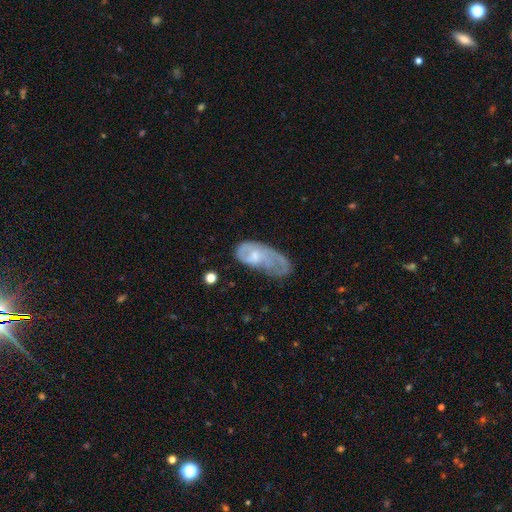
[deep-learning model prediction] Smooth or featured: featured or disk — 58% (smooth — 35%)
Edge-on disk: no — 94% (yes — 6%)
Bar: no — 70% (weak — 26%)
Spiral arms: yes — 68% (no — 32%)
Bulge size: small — 47% (moderate — 37%)
Merging: major disturbance — 41% (minor disturbance — 29%)